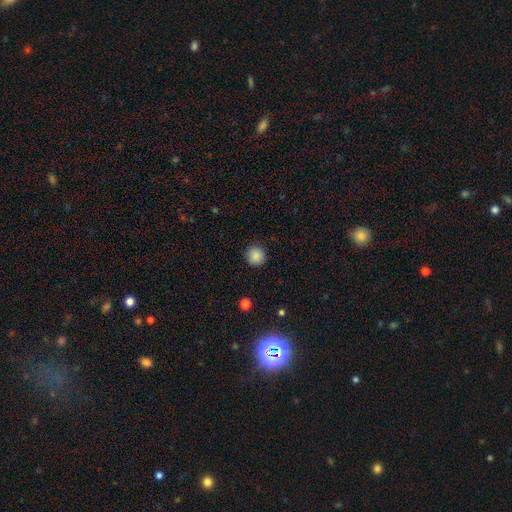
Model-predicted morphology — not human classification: This is clearly a smooth galaxy (88%). How rounded: clearly round (94%). Merging: clearly none (91%).